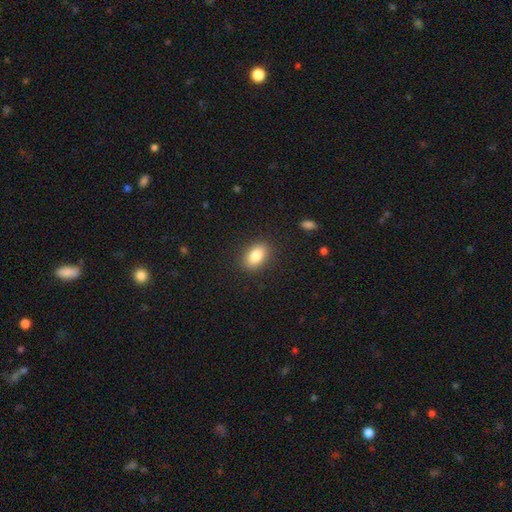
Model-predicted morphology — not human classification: A smooth galaxy with no disk features (85%) that is in between round and cigar-shaped (88%). Merging: none (88%).